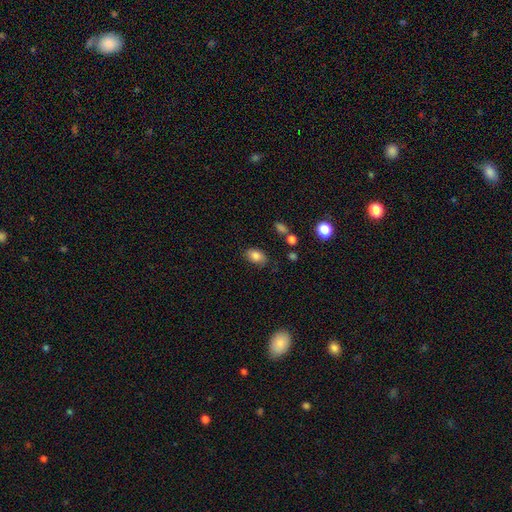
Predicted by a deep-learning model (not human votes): smooth_or_featured: smooth (p=0.83) [alt: star or artifact p=0.09]
how_rounded: in between (p=0.84) [alt: round p=0.15]
merging: none (p=0.77) [alt: minor disturbance p=0.16]